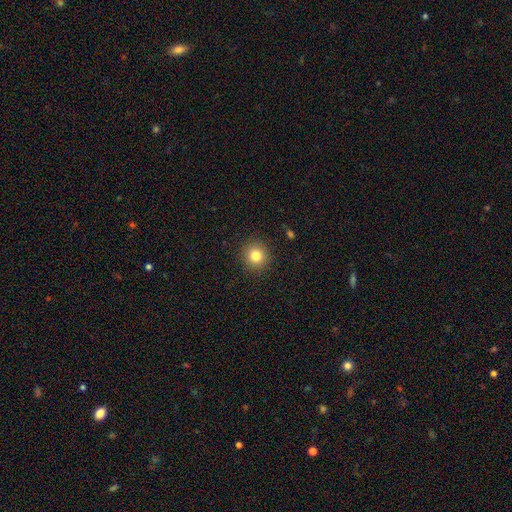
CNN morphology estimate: This is clearly a smooth galaxy (83%). How rounded: clearly round (92%). Merging: clearly none (91%).